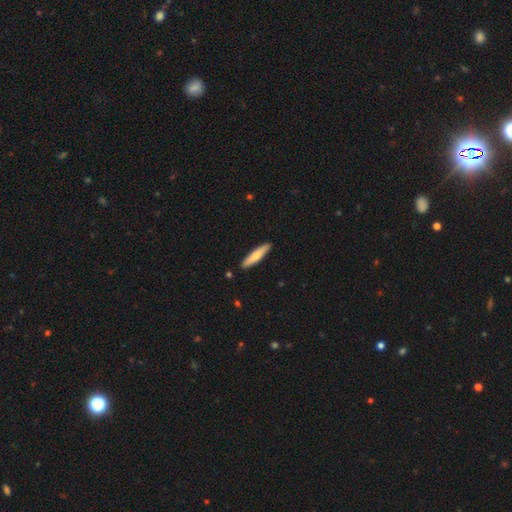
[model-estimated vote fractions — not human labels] Smooth or featured?
  - smooth: 72% *
  - featured or disk: 23%
  - star or artifact: 5%
How rounded?
  - cigar-shaped: 86% *
  - in between: 13%
  - round: 1%
Merging?
  - none: 90% *
  - minor disturbance: 7%
  - merger: 1%
  - major disturbance: 1%